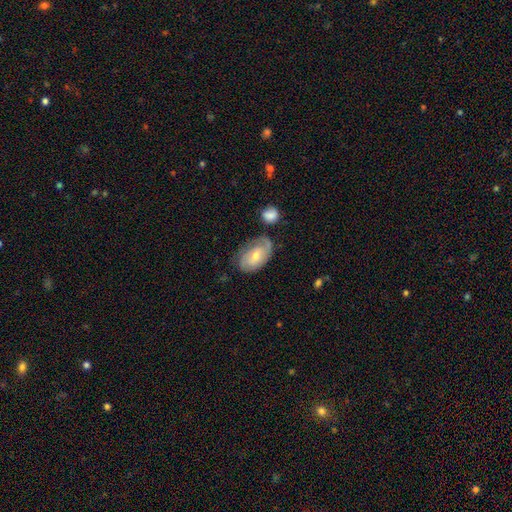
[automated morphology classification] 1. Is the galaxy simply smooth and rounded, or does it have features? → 59% featured or disk, 34% smooth, 8% star or artifact.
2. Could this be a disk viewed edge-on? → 94% no, 6% yes.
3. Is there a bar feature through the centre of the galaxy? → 61% no, 31% weak, 7% strong.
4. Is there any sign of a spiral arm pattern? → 80% yes, 20% no.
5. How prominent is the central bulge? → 49% moderate, 47% small, 2% large, 1% none, 1% dominant.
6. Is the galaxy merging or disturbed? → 59% none, 25% minor disturbance, 10% major disturbance, 6% merger.